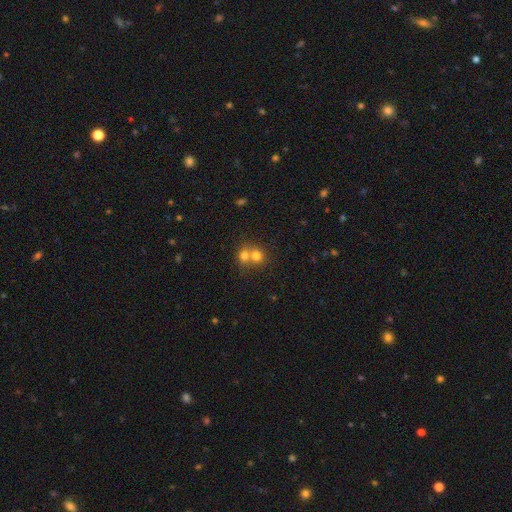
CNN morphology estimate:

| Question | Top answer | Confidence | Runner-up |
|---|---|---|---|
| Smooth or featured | smooth | 73% | featured or disk (15%) |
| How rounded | round | 76% | in between (23%) |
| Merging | merger | 64% | none (29%) |